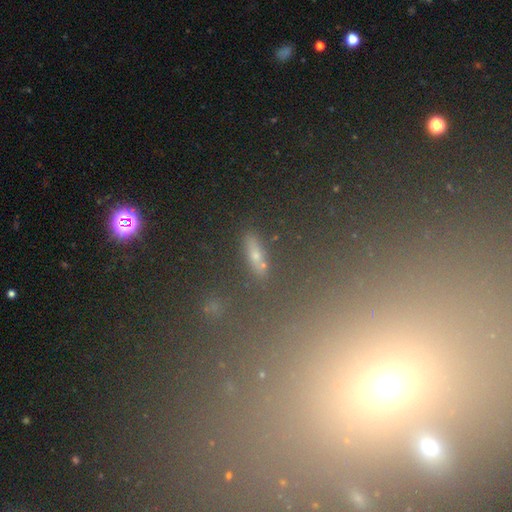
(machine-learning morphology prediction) Smooth or featured? Predicted: smooth (p=0.48). Merging? Predicted: none (p=0.79).